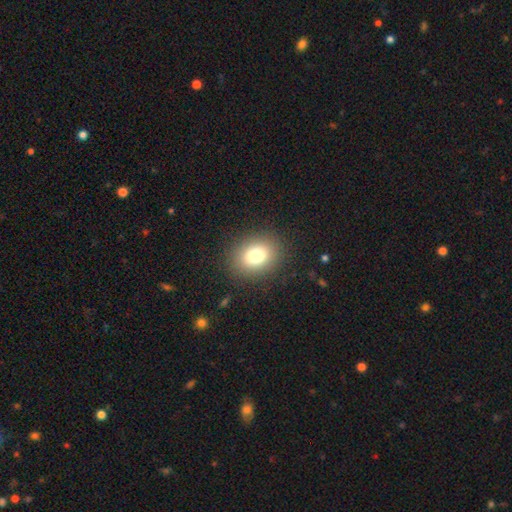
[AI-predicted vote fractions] smooth 78%, star or artifact 12%, featured or disk 10%. Down the decision tree: how rounded — in between (50%); merging — none (88%).